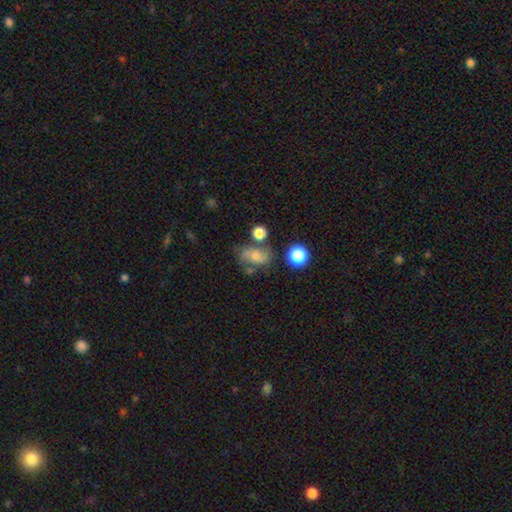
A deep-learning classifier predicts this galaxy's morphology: This is marginally a featured or disk galaxy (42%). Merging: possibly none (52%).